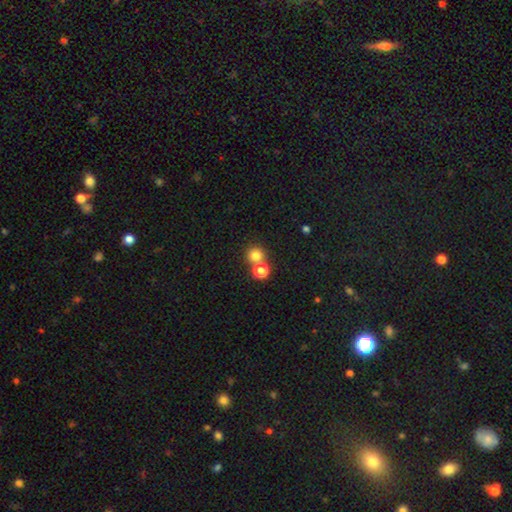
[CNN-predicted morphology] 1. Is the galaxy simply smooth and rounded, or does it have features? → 79% smooth, 15% star or artifact, 7% featured or disk.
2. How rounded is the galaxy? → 91% round, 9% in between, 1% cigar-shaped.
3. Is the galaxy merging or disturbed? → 62% none, 29% merger, 6% minor disturbance, 3% major disturbance.